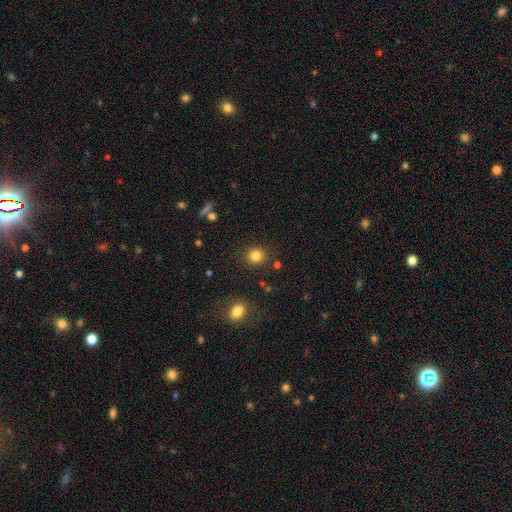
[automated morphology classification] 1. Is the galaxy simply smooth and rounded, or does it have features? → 83% smooth, 12% star or artifact, 5% featured or disk.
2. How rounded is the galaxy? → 85% round, 14% in between, 1% cigar-shaped.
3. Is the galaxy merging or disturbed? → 87% none, 8% minor disturbance, 3% major disturbance, 3% merger.